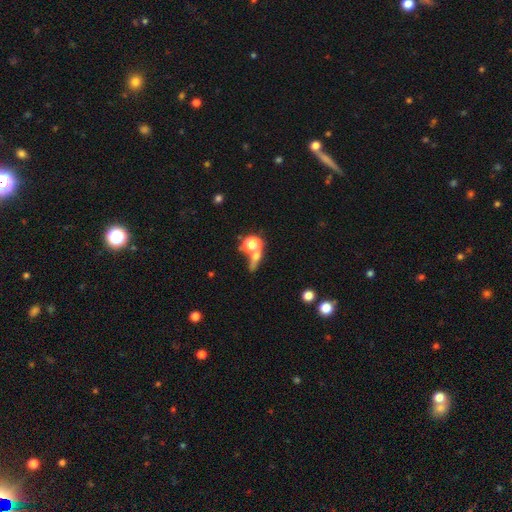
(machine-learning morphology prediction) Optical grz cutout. It shows a smooth galaxy with no disk features (59%) that is round (54%). Merging: none (40%).